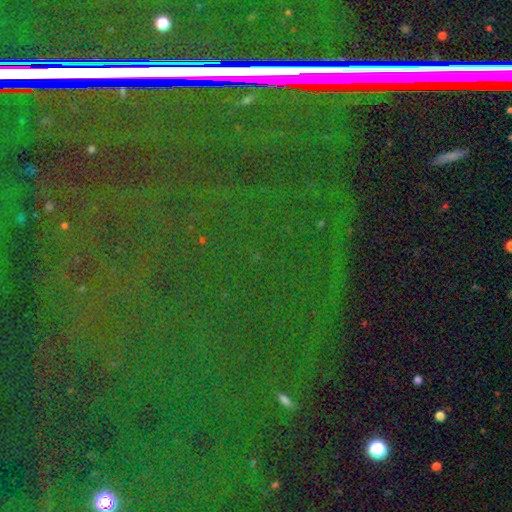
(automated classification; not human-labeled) smooth-or-featured: star or artifact: 81% | smooth: 10% | featured or disk: 9%